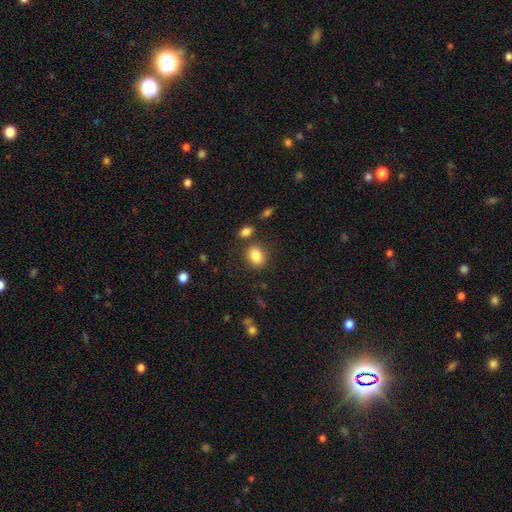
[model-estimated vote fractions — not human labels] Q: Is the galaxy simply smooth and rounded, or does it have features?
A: smooth — 85%.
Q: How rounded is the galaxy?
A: in between — 65%.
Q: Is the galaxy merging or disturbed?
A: none — 76%.